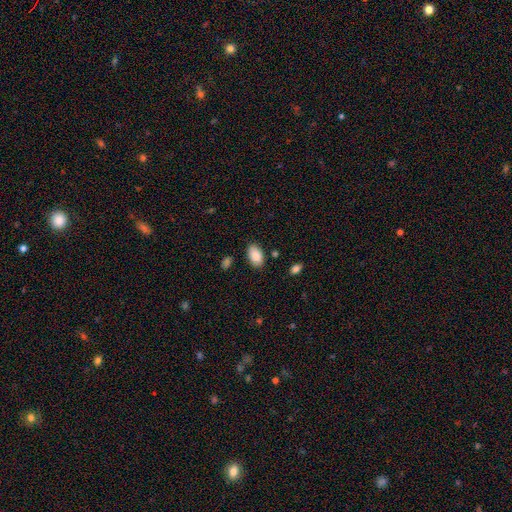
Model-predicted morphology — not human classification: This appears to be a smooth galaxy with no disk features (87%) that is in between round and cigar-shaped (94%). Merging: none (84%).